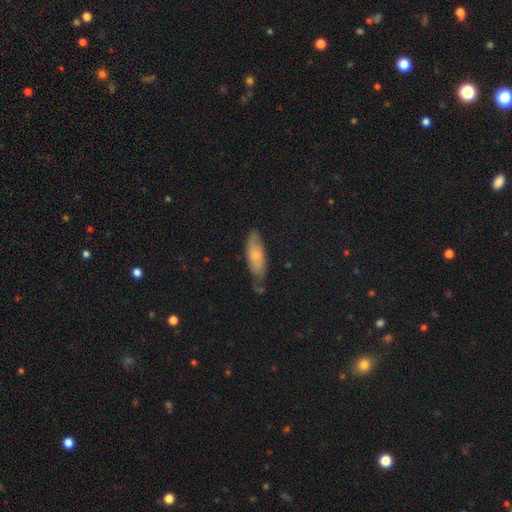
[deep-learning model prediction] Overall: smooth (63%; featured or disk 30%). How rounded: in between (64%; cigar-shaped 34%). Merging: none (62%; minor disturbance 28%).